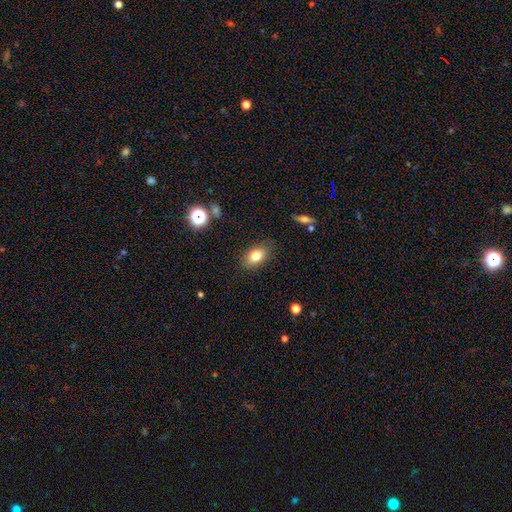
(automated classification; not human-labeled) This is likely a smooth galaxy (80%). How rounded: clearly in between (86%). Merging: clearly none (85%).